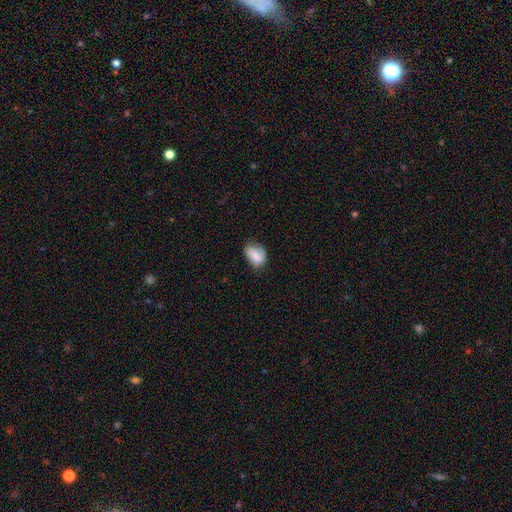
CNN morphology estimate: Smooth or featured? Predicted: smooth (p=0.72). How rounded? Predicted: in between (p=0.78). Merging? Predicted: none (p=0.58).